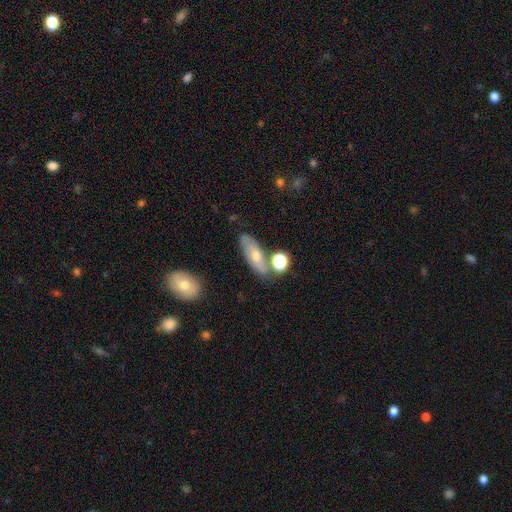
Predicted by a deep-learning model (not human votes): Smooth or featured?
  - smooth: 52% *
  - featured or disk: 37%
  - star or artifact: 11%
How rounded?
  - in between: 65% *
  - cigar-shaped: 27%
  - round: 8%
Merging?
  - none: 68% *
  - minor disturbance: 16%
  - merger: 12%
  - major disturbance: 5%